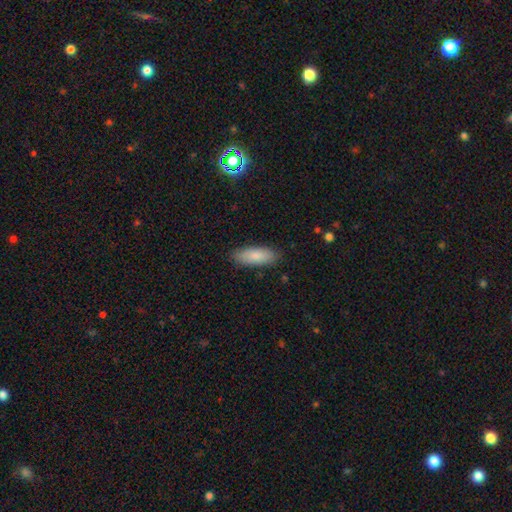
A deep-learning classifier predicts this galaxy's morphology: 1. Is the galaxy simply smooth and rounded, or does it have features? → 84% smooth, 10% featured or disk, 6% star or artifact.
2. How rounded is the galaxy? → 72% in between, 26% cigar-shaped, 2% round.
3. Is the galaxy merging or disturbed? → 87% none, 10% minor disturbance, 2% major disturbance, 1% merger.